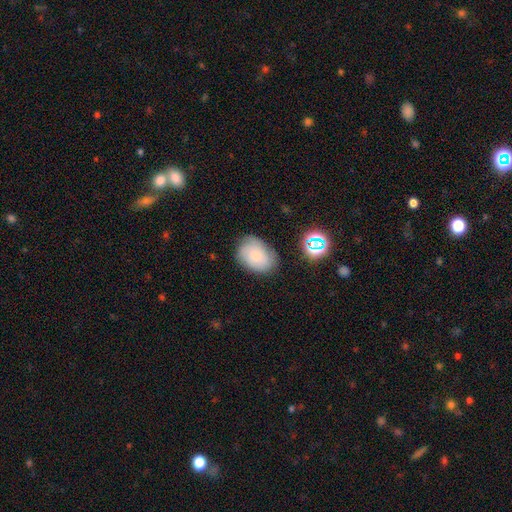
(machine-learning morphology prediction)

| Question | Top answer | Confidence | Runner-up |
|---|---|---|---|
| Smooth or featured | smooth | 66% | featured or disk (23%) |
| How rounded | in between | 73% | round (26%) |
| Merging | none | 69% | minor disturbance (23%) |